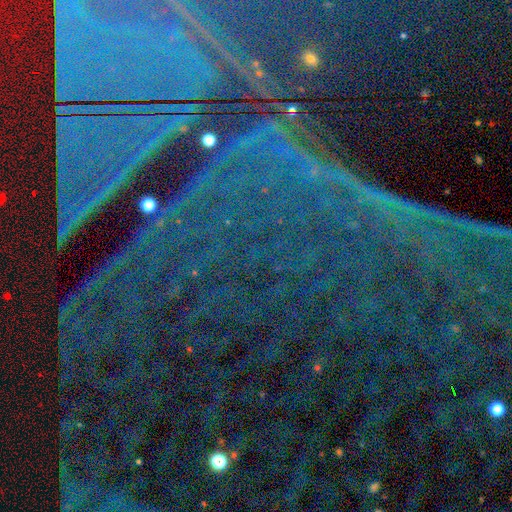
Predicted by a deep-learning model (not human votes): Overall: star or artifact (88%).